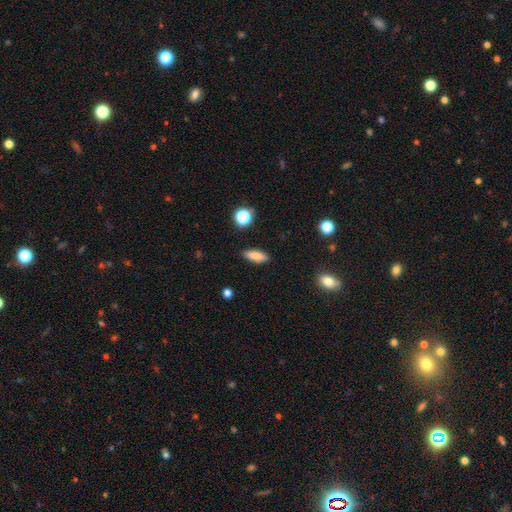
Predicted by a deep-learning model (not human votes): smooth_or_featured: smooth (p=0.84) [alt: star or artifact p=0.09]
how_rounded: in between (p=0.61) [alt: cigar-shaped p=0.36]
merging: none (p=0.89) [alt: minor disturbance p=0.08]